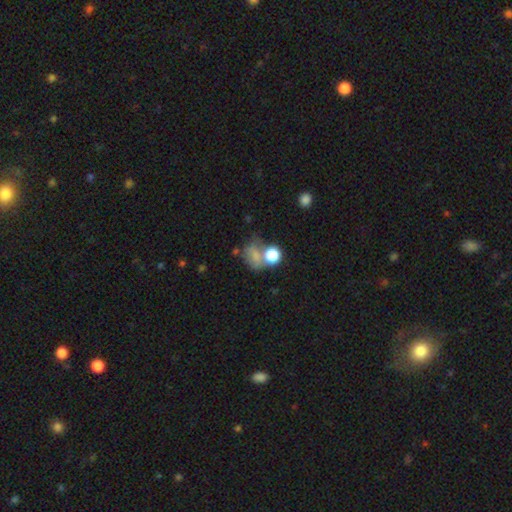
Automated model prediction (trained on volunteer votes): Overall: smooth (65%). How rounded: in between (51%; round 47%). Merging: none (33%; merger 28%).